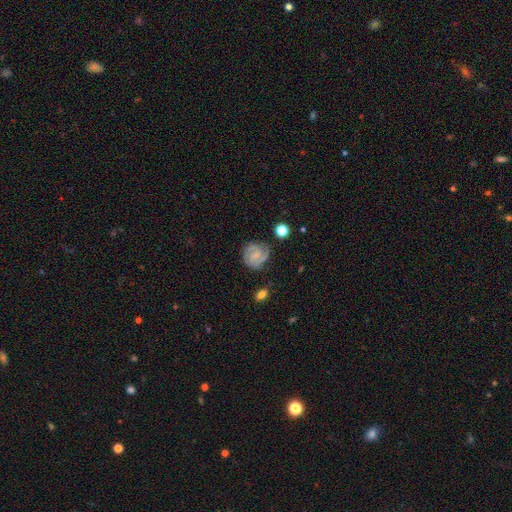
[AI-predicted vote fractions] This is likely a featured or disk galaxy (75%). It is clearly not viewed edge-on (98%). Bar: possibly weak (45%). Spiral arm pattern: clearly yes (95%). Spiral arm count: likely 2 (64%). Spiral winding: possibly tight (52%). Central bulge: possibly small (49%). Merging: likely none (75%).